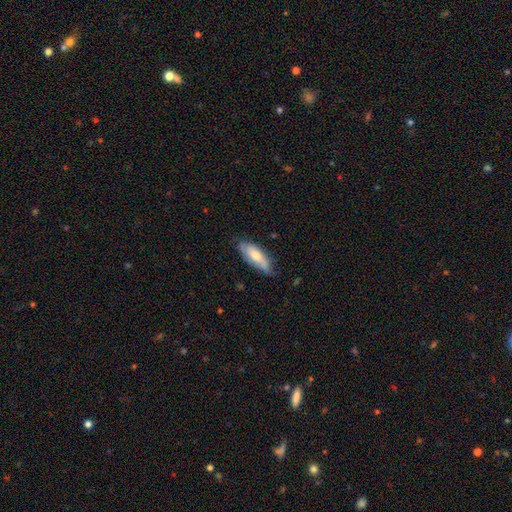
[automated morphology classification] smooth 68%, featured or disk 26%, star or artifact 6%. Down the decision tree: how rounded — in between (62%); merging — none (65%).